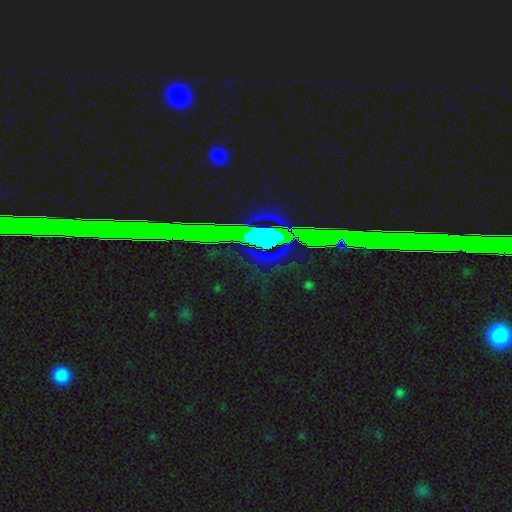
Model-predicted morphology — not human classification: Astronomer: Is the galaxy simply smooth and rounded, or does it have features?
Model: star or artifact — 78%.